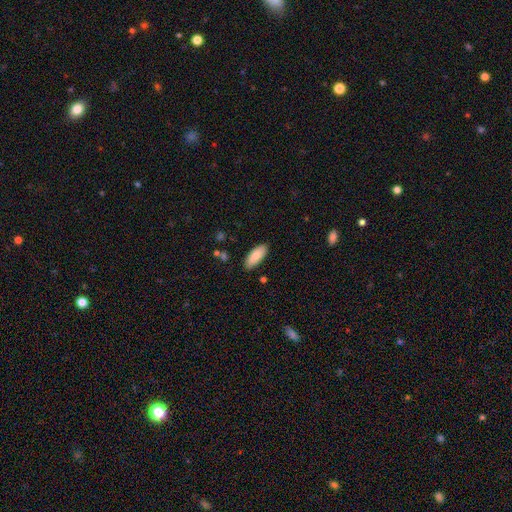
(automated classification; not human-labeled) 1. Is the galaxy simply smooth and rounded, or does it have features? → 88% smooth, 6% featured or disk, 6% star or artifact.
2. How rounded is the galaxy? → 80% in between, 19% cigar-shaped, 1% round.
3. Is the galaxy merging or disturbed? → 86% none, 10% minor disturbance, 2% major disturbance, 1% merger.